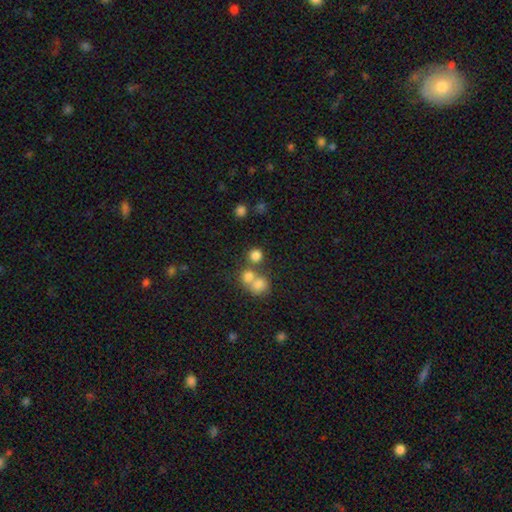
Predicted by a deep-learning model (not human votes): Q: Smooth or featured?
A: smooth (78%); runner-up: star or artifact (14%)
Q: How rounded?
A: round (86%); runner-up: in between (13%)
Q: Merging?
A: none (58%); runner-up: merger (32%)